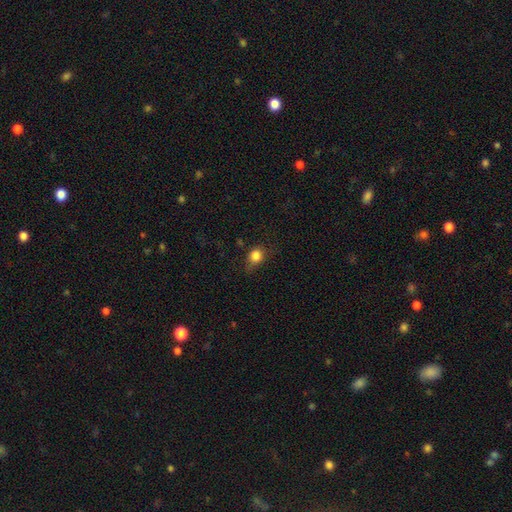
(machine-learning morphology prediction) type=smooth (83%); roundness=round (68%); merging=none (61%).